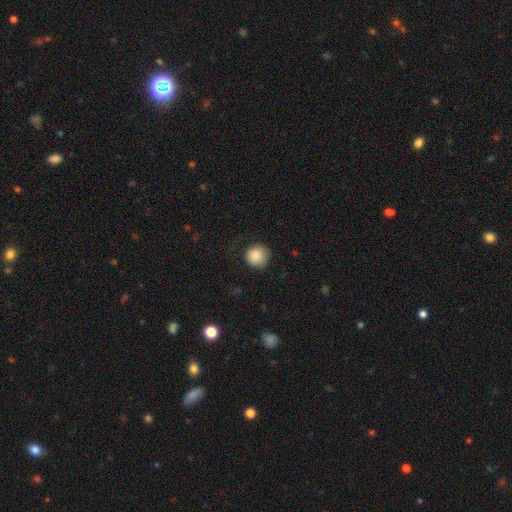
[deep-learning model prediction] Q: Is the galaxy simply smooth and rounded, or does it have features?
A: smooth — 86%.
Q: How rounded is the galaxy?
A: round — 93%.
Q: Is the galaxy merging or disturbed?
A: none — 78%.